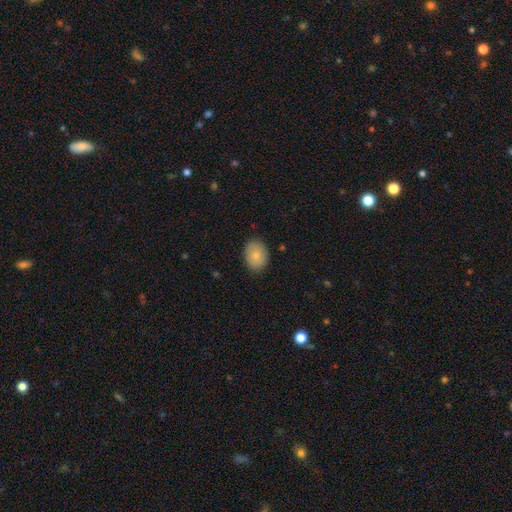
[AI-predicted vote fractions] Q: Smooth or featured?
A: smooth (77%); runner-up: featured or disk (15%)
Q: How rounded?
A: in between (58%); runner-up: round (41%)
Q: Merging?
A: none (84%); runner-up: minor disturbance (12%)